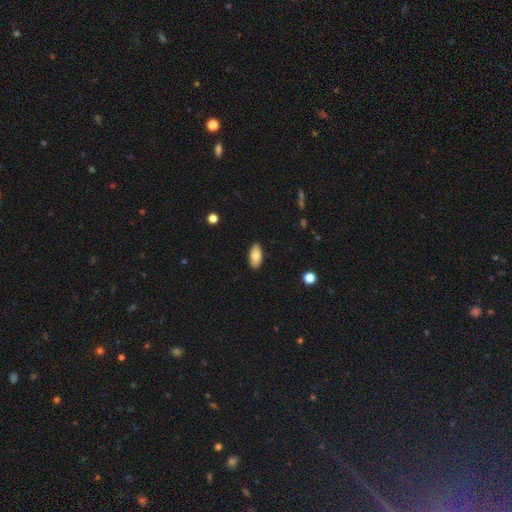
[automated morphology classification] This is clearly a smooth galaxy (82%). How rounded: clearly in between (91%). Merging: clearly none (88%).